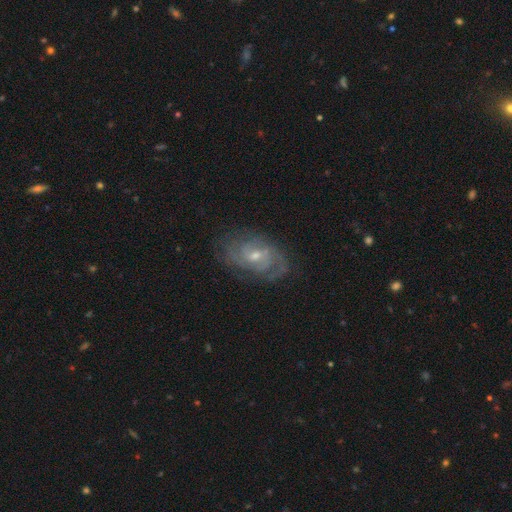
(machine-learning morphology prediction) featured or disk 85%, smooth 9%, star or artifact 6%. Down the decision tree: edge-on disk — no (96%); bar — no (48%); spiral arms — yes (95%); spiral arm count — 2 (33%); spiral winding — tight (57%); bulge size — small (53%); merging — none (74%).